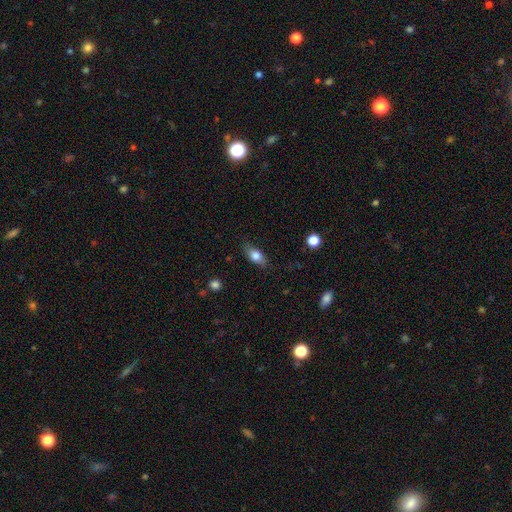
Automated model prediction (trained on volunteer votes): Smooth or featured? smooth (76%)
How rounded? in between (81%)
Merging? none (78%)